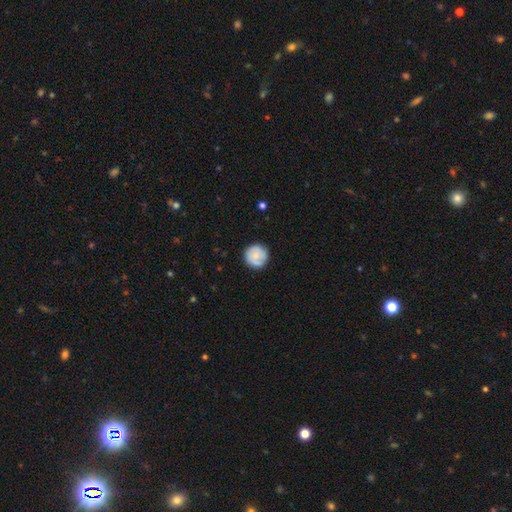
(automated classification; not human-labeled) Q: Smooth or featured?
A: smooth (65%); runner-up: featured or disk (28%)
Q: How rounded?
A: round (94%); runner-up: in between (5%)
Q: Merging?
A: none (84%); runner-up: minor disturbance (12%)